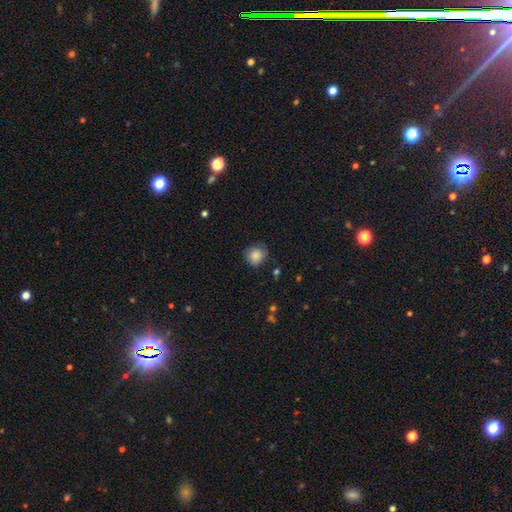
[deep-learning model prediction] Smooth or featured: smooth — 84% (star or artifact — 9%)
How rounded: round — 83% (in between — 16%)
Merging: none — 69% (minor disturbance — 24%)